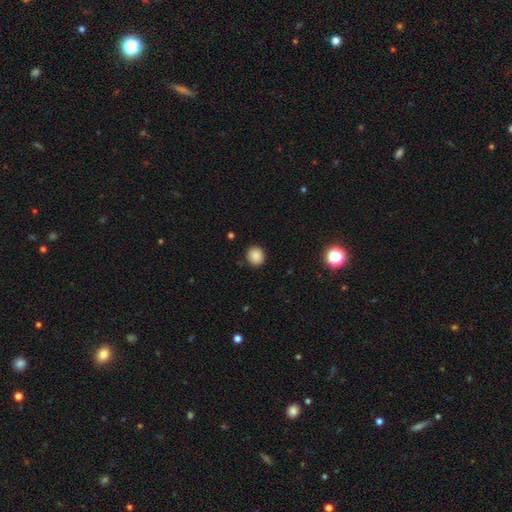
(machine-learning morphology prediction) Smooth or featured? Predicted: smooth (p=0.87). How rounded? Predicted: round (p=0.82). Merging? Predicted: none (p=0.89).